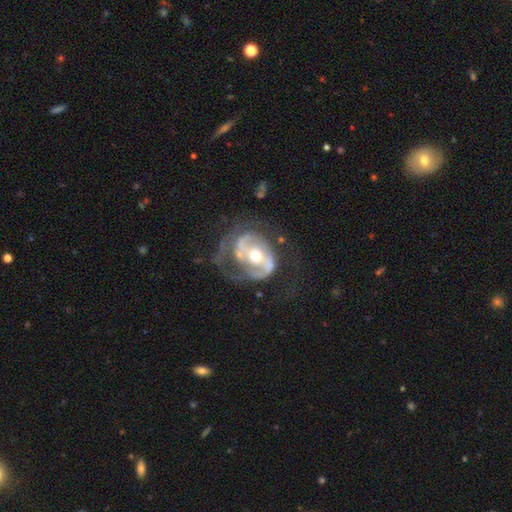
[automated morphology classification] Smooth or featured? featured or disk (84%)
Edge-on disk? no (97%)
Bar? no (48%)
Spiral arms? yes (85%)
Spiral winding? medium (44%)
Spiral arm count? 2 (67%)
Bulge size? moderate (74%)
Merging? none (47%)